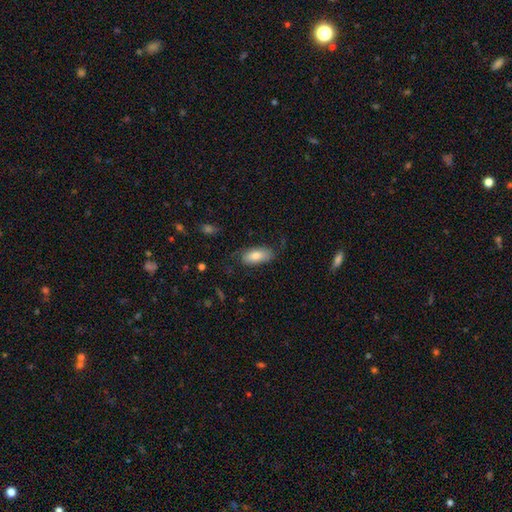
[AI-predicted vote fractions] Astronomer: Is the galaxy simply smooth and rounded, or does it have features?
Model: smooth — 74%.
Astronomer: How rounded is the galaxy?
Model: in between — 88%.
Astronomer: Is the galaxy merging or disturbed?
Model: none — 67%.